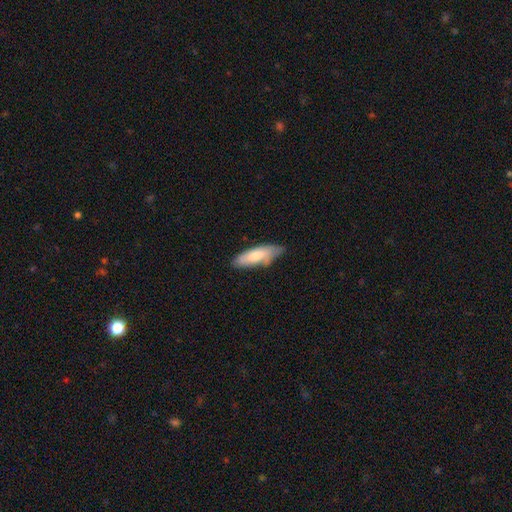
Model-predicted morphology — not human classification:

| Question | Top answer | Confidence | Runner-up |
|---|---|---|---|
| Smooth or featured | smooth | 69% | featured or disk (25%) |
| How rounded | in between | 61% | cigar-shaped (37%) |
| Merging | none | 61% | minor disturbance (30%) |